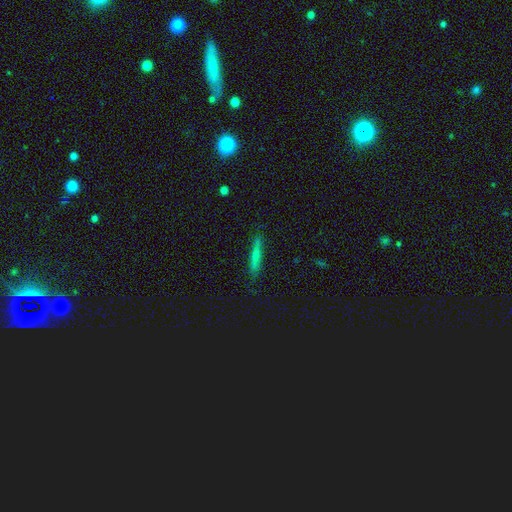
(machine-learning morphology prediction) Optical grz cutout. It shows a smooth galaxy with no disk features (38%). Merging: none (86%).